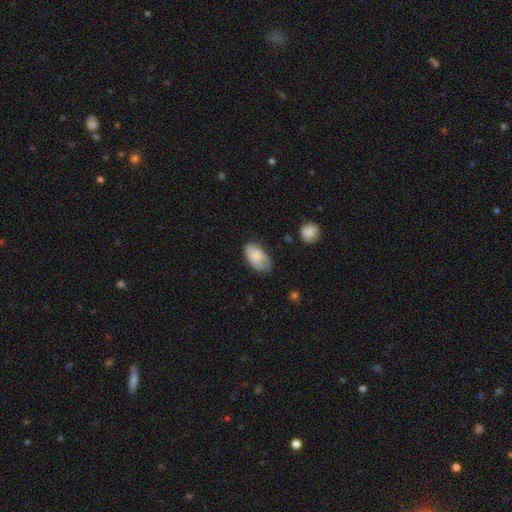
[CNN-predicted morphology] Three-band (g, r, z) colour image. It shows a smooth galaxy with no disk features (75%) that is in between round and cigar-shaped (93%). Merging: none (51%).